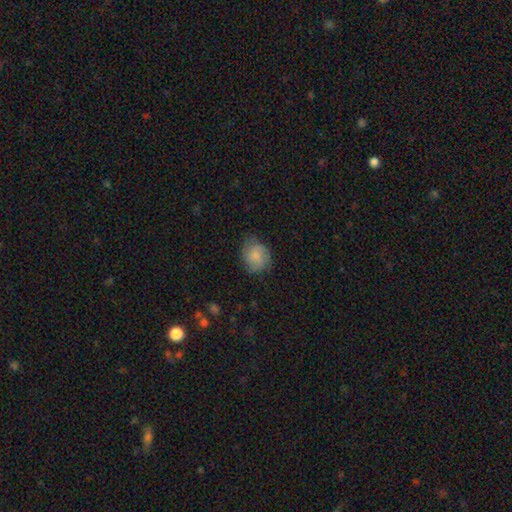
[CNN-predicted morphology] smooth_or_featured: smooth (p=0.76) [alt: featured or disk p=0.17]
how_rounded: round (p=0.67) [alt: in between p=0.32]
merging: none (p=0.66) [alt: minor disturbance p=0.26]